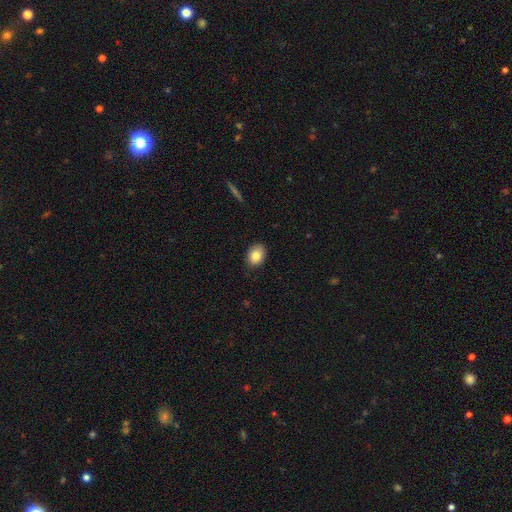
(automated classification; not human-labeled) A smooth galaxy with no disk features (84%) that is in between round and cigar-shaped (64%).

Vote fractions:
- Smooth or featured? smooth: 84% / star or artifact: 8% / featured or disk: 7%
- How rounded? in between: 64% / round: 35% / cigar-shaped: 1%
- Merging? none: 87% / minor disturbance: 10% / major disturbance: 2% / merger: 1%